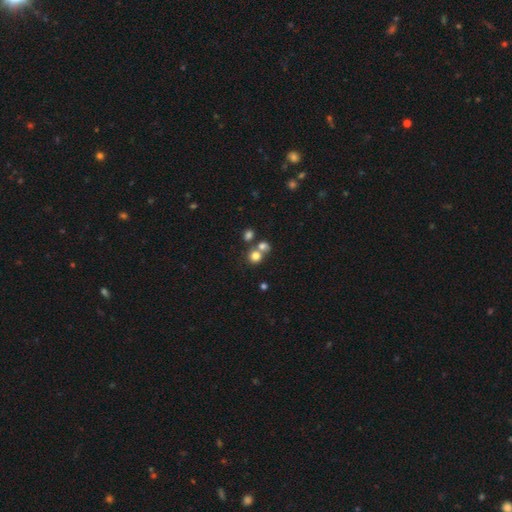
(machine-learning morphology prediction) A smooth galaxy with no disk features (76%) that is round (85%). Merging: none (50%).